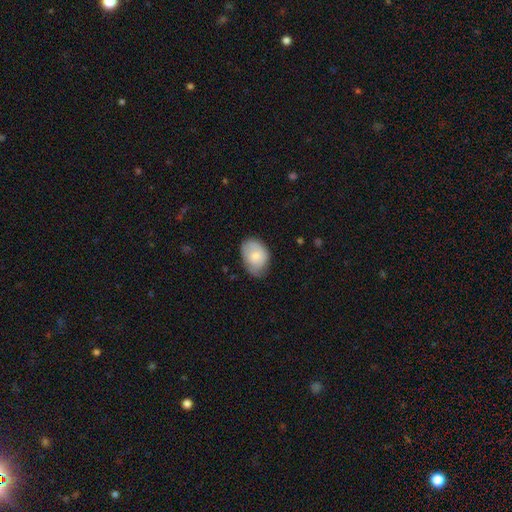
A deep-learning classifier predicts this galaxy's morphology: Smooth or featured?
  - smooth: 74% *
  - featured or disk: 19%
  - star or artifact: 6%
How rounded?
  - in between: 79% *
  - round: 20%
  - cigar-shaped: 1%
Merging?
  - none: 57% *
  - minor disturbance: 34%
  - major disturbance: 7%
  - merger: 1%